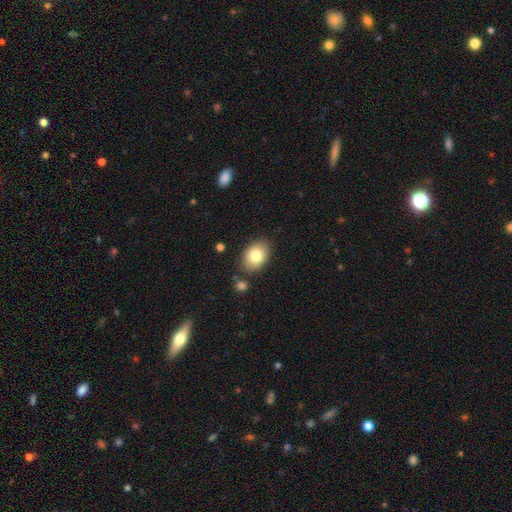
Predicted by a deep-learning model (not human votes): Smooth or featured? smooth (82%)
How rounded? in between (83%)
Merging? none (80%)